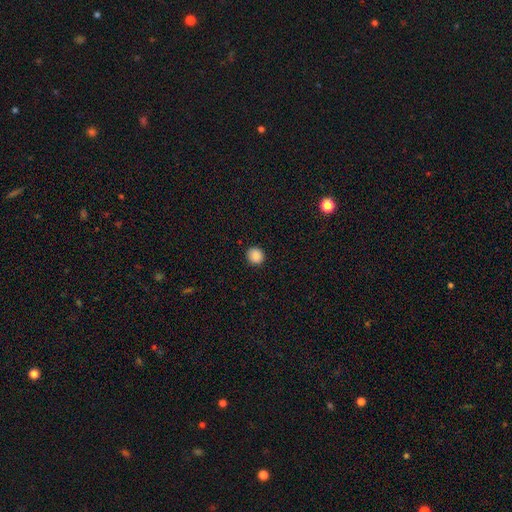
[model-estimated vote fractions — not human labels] Overall: smooth (87%). How rounded: round (87%). Merging: none (91%).